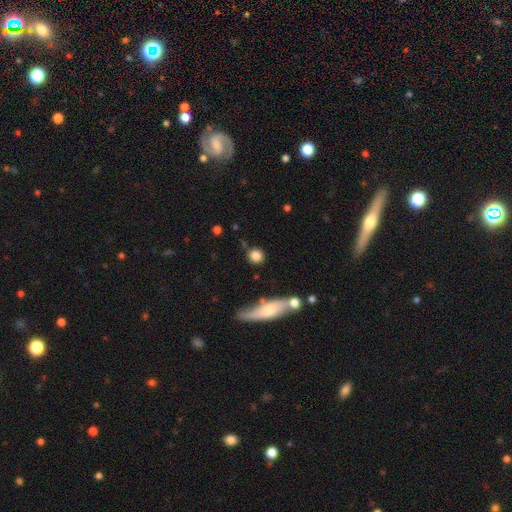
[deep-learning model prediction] A smooth galaxy with no disk features (82%) that is round (85%). Merging: none (76%).